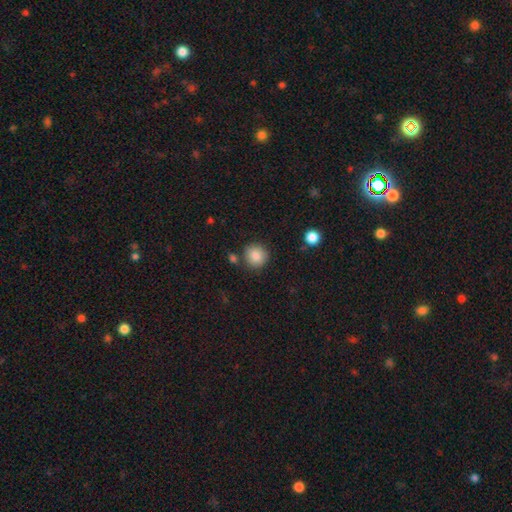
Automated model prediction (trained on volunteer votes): This appears to be a smooth galaxy with no disk features (86%) that is round (92%). Merging: none (83%).